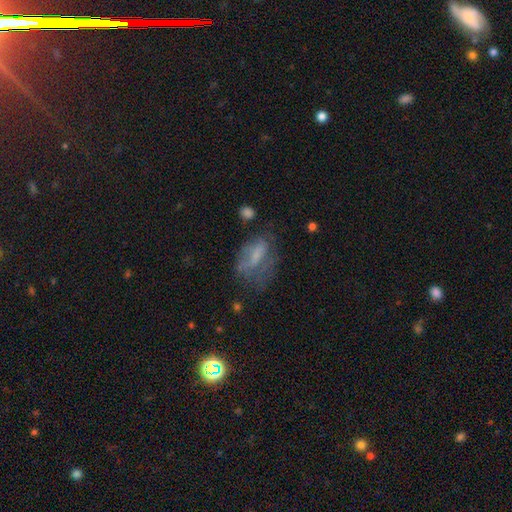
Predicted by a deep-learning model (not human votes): Smooth or featured: smooth — 48% (featured or disk — 39%)
Merging: none — 38% (major disturbance — 32%)